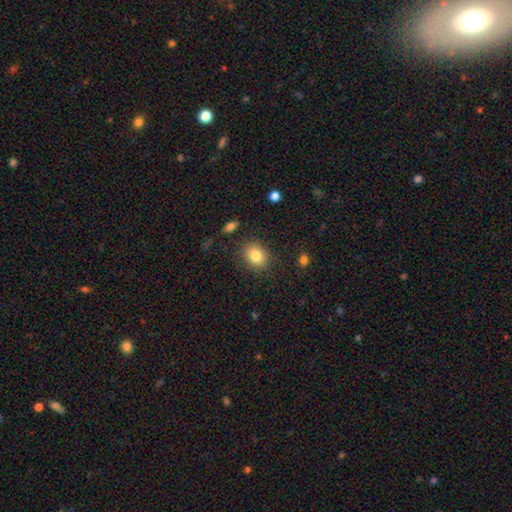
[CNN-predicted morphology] Smooth or featured? smooth (82%)
How rounded? round (52%)
Merging? none (85%)